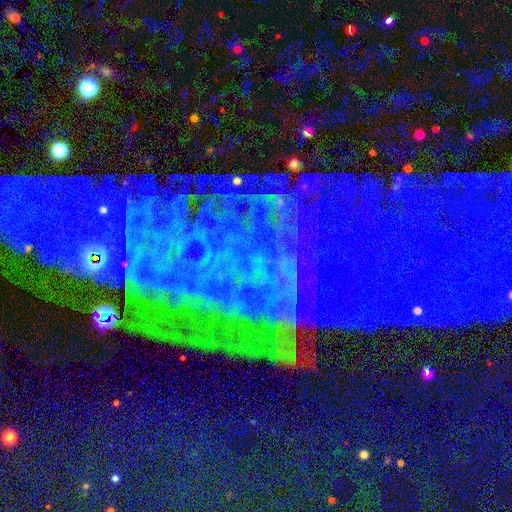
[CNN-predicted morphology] Q: Smooth or featured?
A: star or artifact (80%); runner-up: featured or disk (12%)